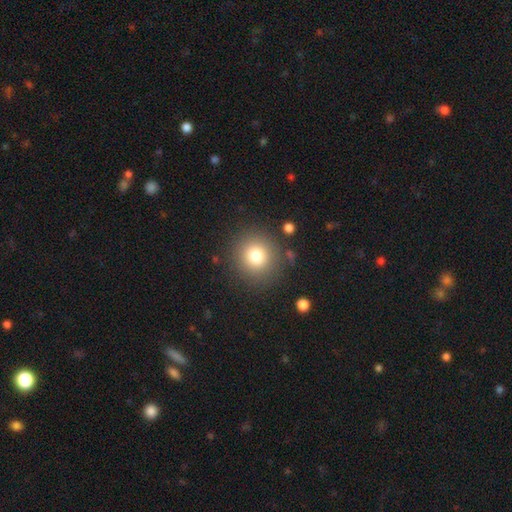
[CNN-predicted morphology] smooth-or-featured: smooth: 78% | star or artifact: 12% | featured or disk: 10%
  how-rounded: round: 91% | in between: 8% | cigar-shaped: 1%
  merging: none: 86% | minor disturbance: 8% | major disturbance: 4% | merger: 2%